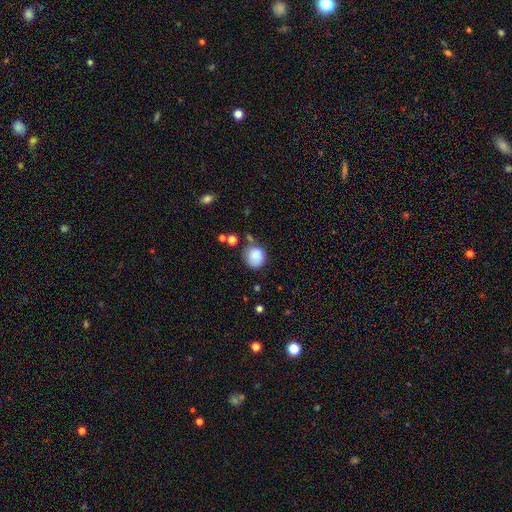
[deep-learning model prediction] smooth 85%, star or artifact 9%, featured or disk 6%. Down the decision tree: how rounded — round (82%); merging — none (63%).